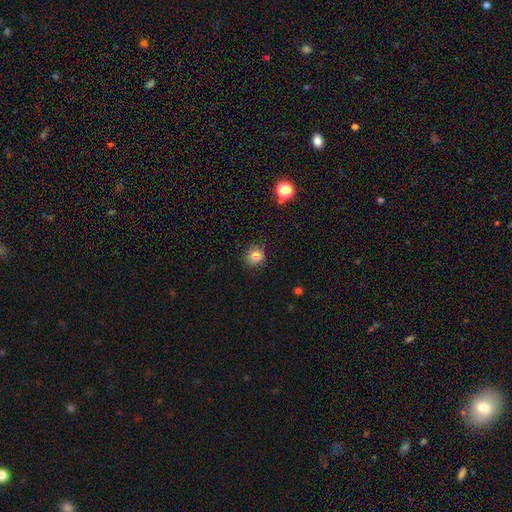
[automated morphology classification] type=smooth (83%); roundness=round (85%); merging=none (86%).